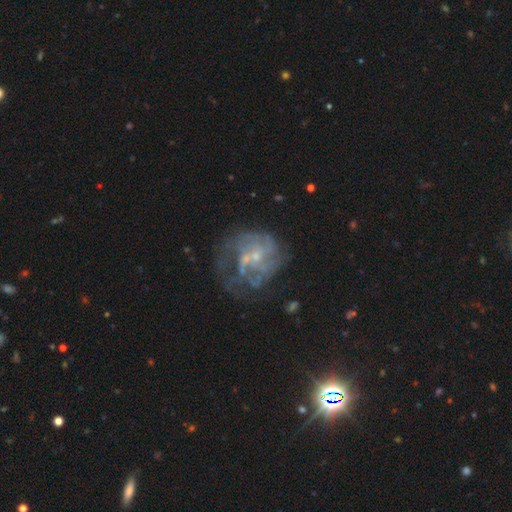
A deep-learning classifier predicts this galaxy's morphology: smooth_or_featured: featured or disk (p=0.76) [alt: smooth p=0.14]
disk_edge_on: no (p=0.98) [alt: yes p=0.02]
bar: no (p=0.71) [alt: weak p=0.25]
has_spiral_arms: yes (p=0.64) [alt: no p=0.36]
bulge_size: small (p=0.67) [alt: moderate p=0.17]
merging: none (p=0.42) [alt: major disturbance p=0.30]